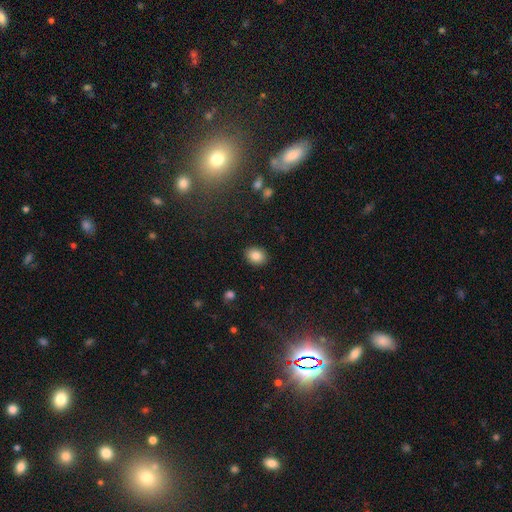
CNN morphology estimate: type=smooth (86%); roundness=in between (61%); merging=none (89%).